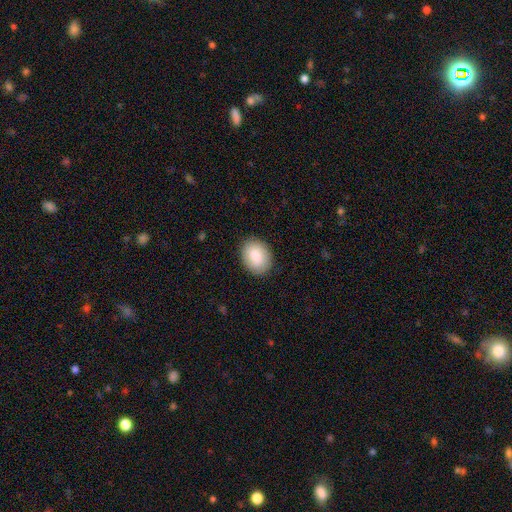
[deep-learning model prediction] Smooth or featured?
  - smooth: 86% *
  - featured or disk: 8%
  - star or artifact: 6%
How rounded?
  - in between: 69% *
  - round: 30%
  - cigar-shaped: 1%
Merging?
  - none: 87% *
  - minor disturbance: 10%
  - major disturbance: 2%
  - merger: 1%